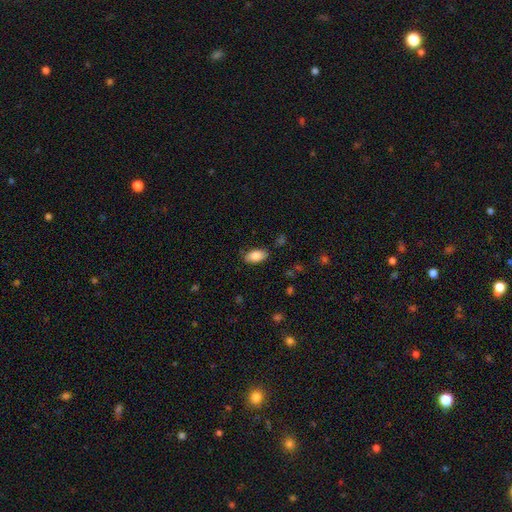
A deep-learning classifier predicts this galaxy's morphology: A smooth galaxy with no disk features (85%) that is in between round and cigar-shaped (93%). Merging: none (81%).